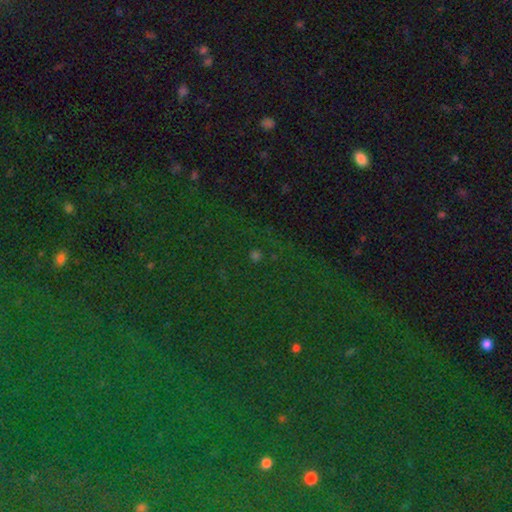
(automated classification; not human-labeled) Smooth or featured: star or artifact — 70% (smooth — 21%)